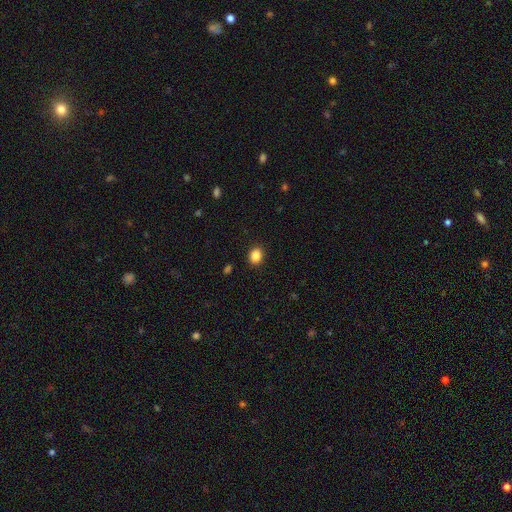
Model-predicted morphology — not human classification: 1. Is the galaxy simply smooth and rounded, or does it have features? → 87% smooth, 10% star or artifact, 3% featured or disk.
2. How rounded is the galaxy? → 50% in between, 49% round, 1% cigar-shaped.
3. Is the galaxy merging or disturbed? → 90% none, 7% minor disturbance, 2% major disturbance, 1% merger.